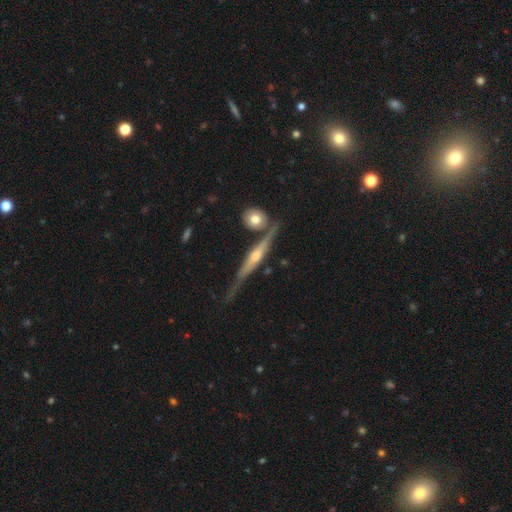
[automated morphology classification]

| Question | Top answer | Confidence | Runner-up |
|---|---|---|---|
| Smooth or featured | featured or disk | 80% | smooth (14%) |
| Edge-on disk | yes | 96% | no (4%) |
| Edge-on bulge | rounded | 77% | boxy (12%) |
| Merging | none | 71% | minor disturbance (16%) |